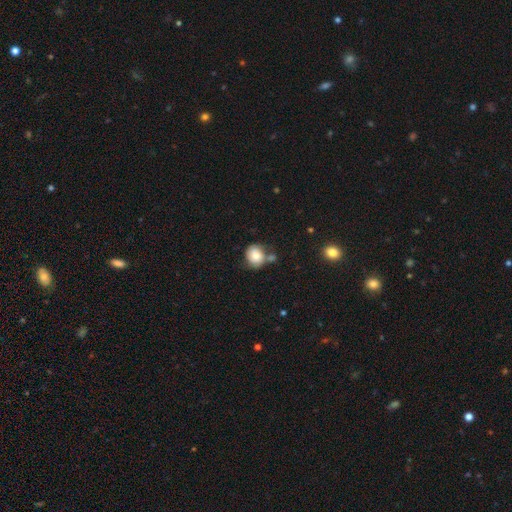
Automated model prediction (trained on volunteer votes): Smooth or featured?
  - smooth: 80% *
  - featured or disk: 11%
  - star or artifact: 8%
How rounded?
  - round: 70% *
  - in between: 29%
  - cigar-shaped: 1%
Merging?
  - none: 51% *
  - merger: 21%
  - minor disturbance: 21%
  - major disturbance: 7%